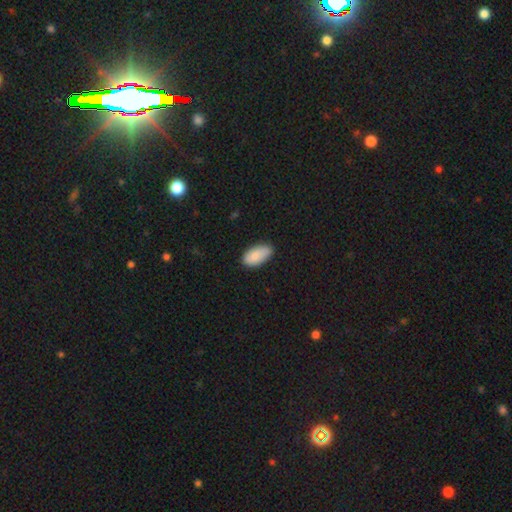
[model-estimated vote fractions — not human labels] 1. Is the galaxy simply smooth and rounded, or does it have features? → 87% smooth, 7% featured or disk, 6% star or artifact.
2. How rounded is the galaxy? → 94% in between, 4% cigar-shaped, 3% round.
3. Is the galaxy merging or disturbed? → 78% none, 18% minor disturbance, 3% major disturbance, 1% merger.